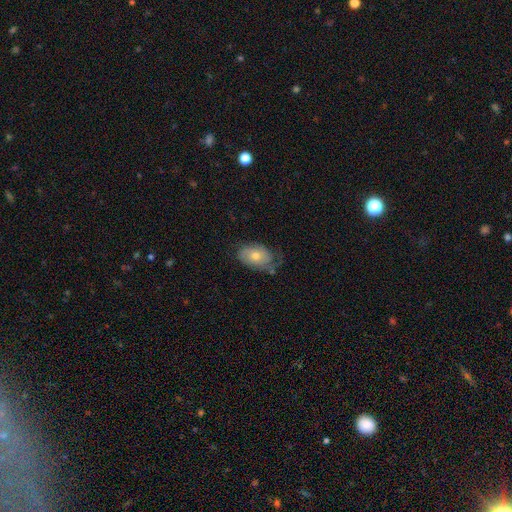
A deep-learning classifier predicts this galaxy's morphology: Smooth or featured? Predicted: smooth (p=0.52). How rounded? Predicted: in between (p=0.85). Merging? Predicted: none (p=0.53).